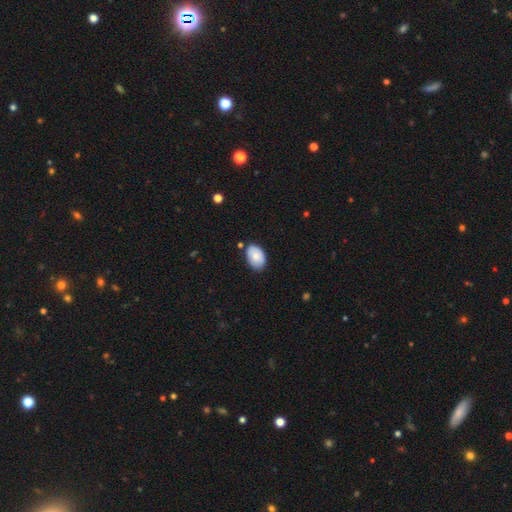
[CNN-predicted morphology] The model was most divided on "merging": none: 77%, minor disturbance: 17%, merger: 3%, major disturbance: 3%. More confident: how rounded — in between (89%); smooth or featured — smooth (78%).